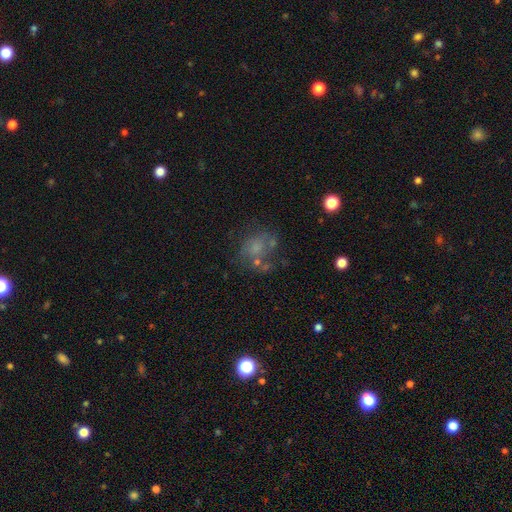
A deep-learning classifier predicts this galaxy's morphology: Q: Smooth or featured?
A: smooth (39%); runner-up: featured or disk (38%)
Q: Merging?
A: none (48%); runner-up: major disturbance (22%)